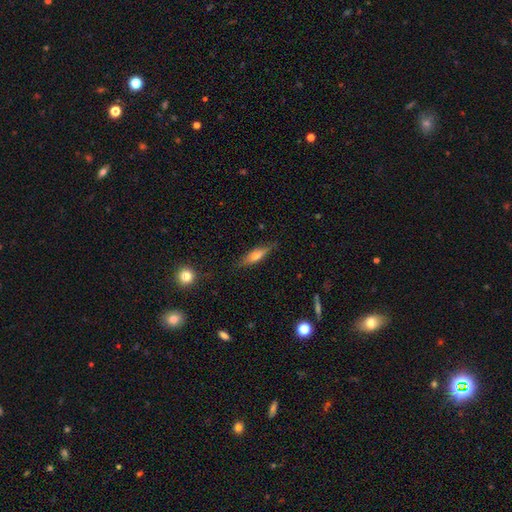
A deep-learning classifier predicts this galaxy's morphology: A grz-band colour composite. It shows a smooth galaxy with no disk features (52%) that is cigar-shaped (63%). Merging: none (80%).